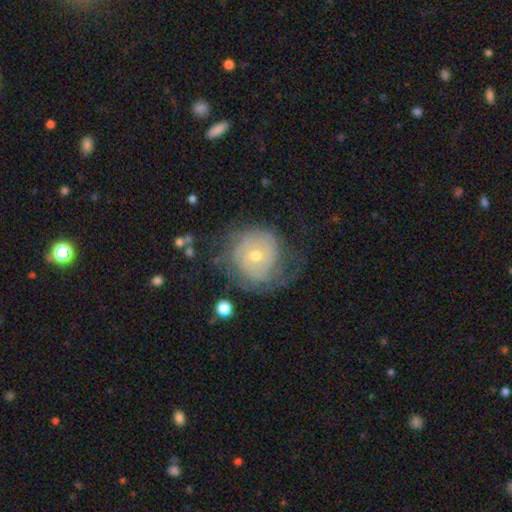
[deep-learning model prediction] The model was most divided on "bulge size": small: 51%, moderate: 45%, large: 2%, dominant: 1%, none: 1%. Remaining: edge-on disk — no (97%); bar — no (81%); spiral arms — yes (78%); smooth or featured — featured or disk (68%); spiral winding — tight (65%); merging — none (58%); spiral arm count — can't tell (49%).